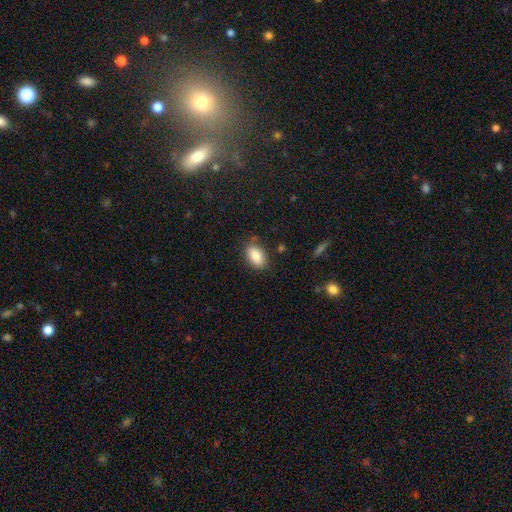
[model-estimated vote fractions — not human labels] smooth-or-featured: smooth: 86% | star or artifact: 7% | featured or disk: 6%
  how-rounded: in between: 91% | round: 7% | cigar-shaped: 2%
  merging: none: 83% | minor disturbance: 12% | major disturbance: 3% | merger: 2%